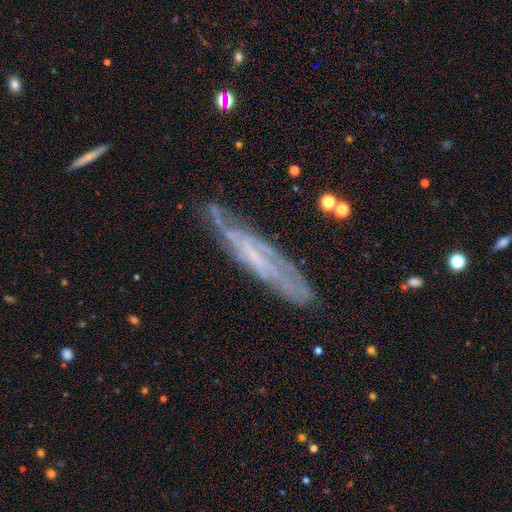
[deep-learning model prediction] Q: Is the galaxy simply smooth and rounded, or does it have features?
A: featured or disk — 70%.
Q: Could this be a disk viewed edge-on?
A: yes — 56%.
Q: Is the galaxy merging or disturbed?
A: none — 69%.